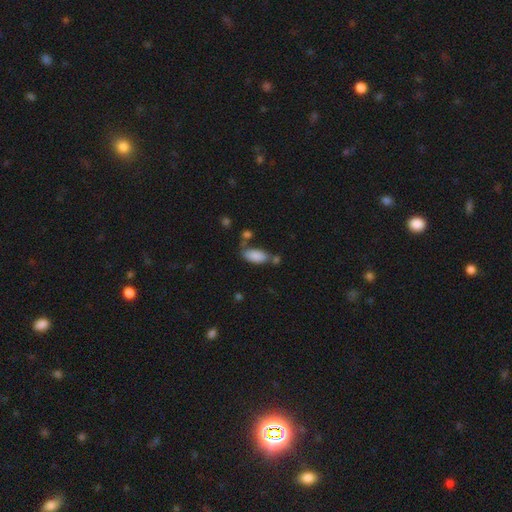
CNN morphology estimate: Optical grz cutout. It shows a smooth galaxy with no disk features (86%) that is in between round and cigar-shaped (90%). Merging: none (54%).